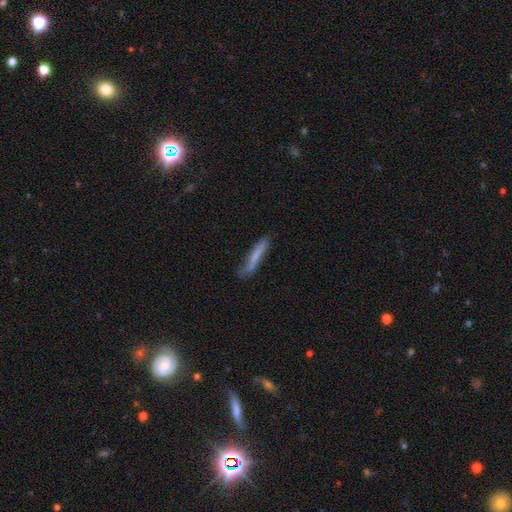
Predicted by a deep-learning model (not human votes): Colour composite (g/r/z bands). It shows a smooth galaxy with no disk features (65%) that is cigar-shaped (94%). Merging: none (68%).